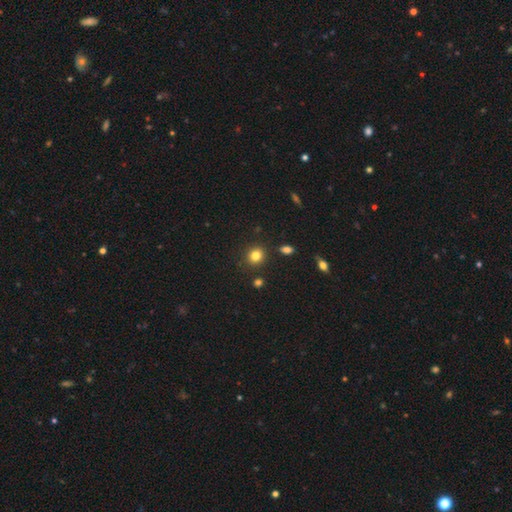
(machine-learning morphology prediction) This appears to be a smooth galaxy with no disk features (82%) that is round (79%). Merging: none (86%).